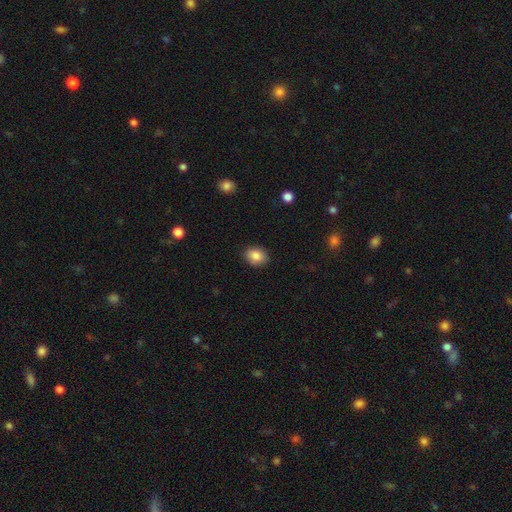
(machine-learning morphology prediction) Smooth or featured? Predicted: smooth (p=0.87). How rounded? Predicted: in between (p=0.65). Merging? Predicted: none (p=0.87).